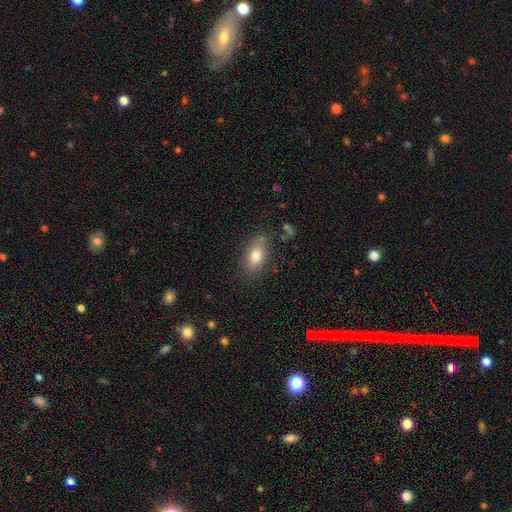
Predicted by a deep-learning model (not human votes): smooth 81%, featured or disk 11%, star or artifact 8%. Down the decision tree: how rounded — in between (88%); merging — none (76%).